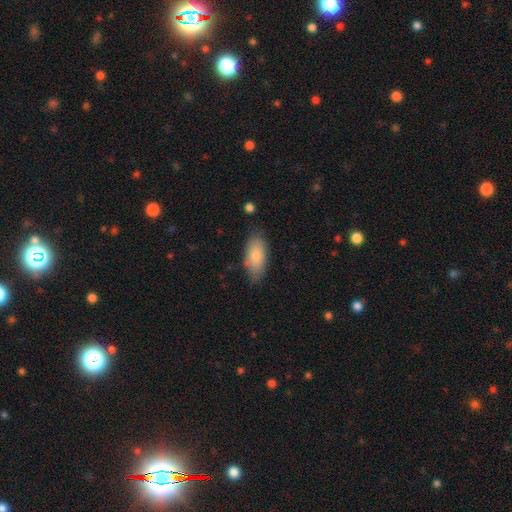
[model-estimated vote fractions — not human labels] This is clearly a smooth galaxy (82%). How rounded: clearly in between (89%). Merging: likely none (74%).